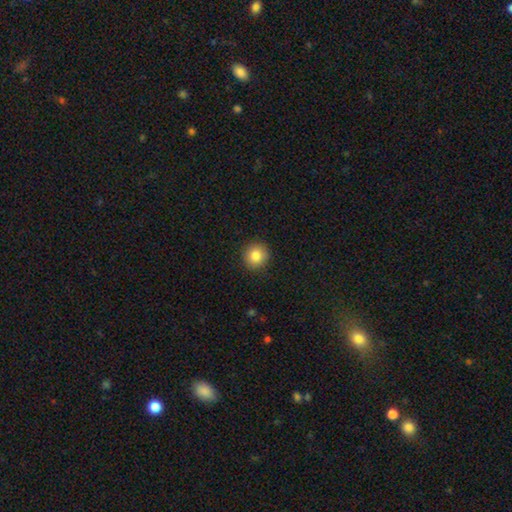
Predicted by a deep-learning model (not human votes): A smooth galaxy with no disk features (84%) that is round (90%).

Vote fractions:
- Smooth or featured? smooth: 84% / star or artifact: 9% / featured or disk: 7%
- How rounded? round: 90% / in between: 9% / cigar-shaped: 1%
- Merging? none: 90% / minor disturbance: 7% / major disturbance: 2% / merger: 1%